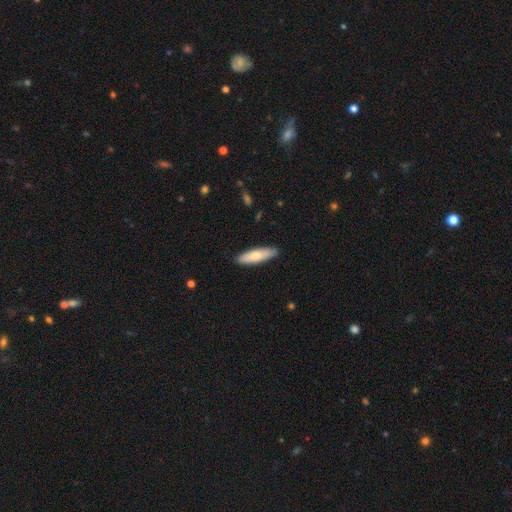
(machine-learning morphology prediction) Smooth or featured?
  - smooth: 67% *
  - featured or disk: 28%
  - star or artifact: 5%
How rounded?
  - cigar-shaped: 62% *
  - in between: 36%
  - round: 2%
Merging?
  - none: 89% *
  - minor disturbance: 9%
  - major disturbance: 2%
  - merger: 1%